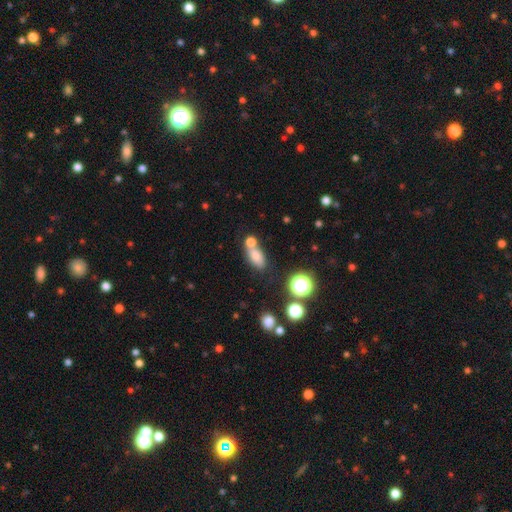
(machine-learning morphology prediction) Smooth or featured?
  - smooth: 75% *
  - star or artifact: 14%
  - featured or disk: 11%
How rounded?
  - in between: 78% *
  - round: 14%
  - cigar-shaped: 8%
Merging?
  - none: 48% *
  - merger: 33%
  - minor disturbance: 13%
  - major disturbance: 6%